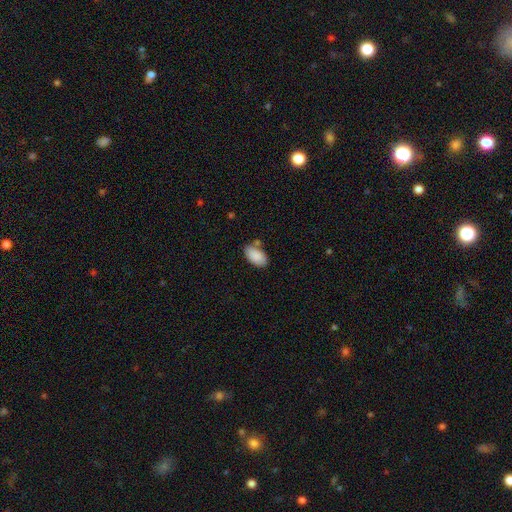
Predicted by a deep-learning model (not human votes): Smooth or featured: smooth — 89% (star or artifact — 6%)
How rounded: in between — 95% (round — 4%)
Merging: none — 71% (minor disturbance — 16%)